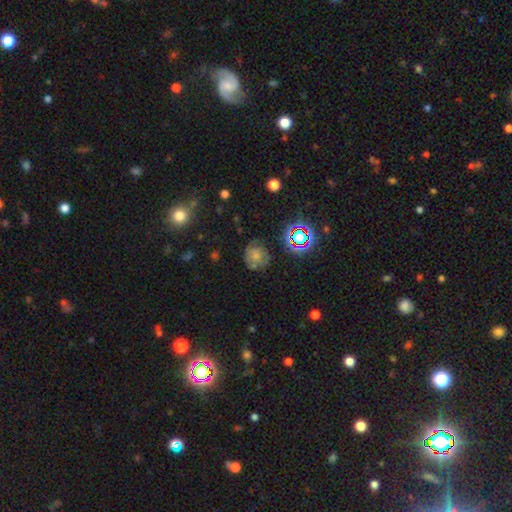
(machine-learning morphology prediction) smooth-or-featured: smooth: 50% | featured or disk: 29% | star or artifact: 21%
  merging: none: 59% | minor disturbance: 25% | major disturbance: 11% | merger: 5%